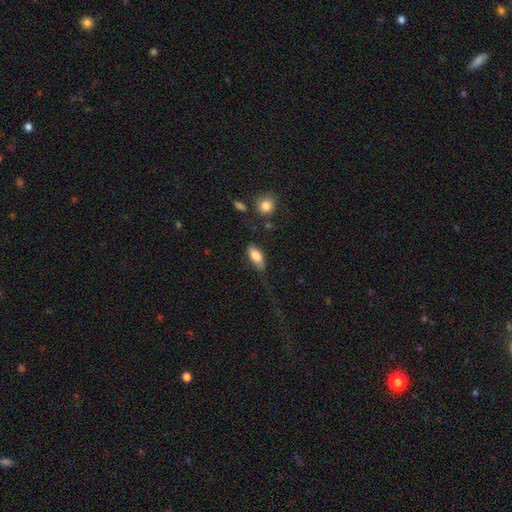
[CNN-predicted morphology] A smooth galaxy with no disk features (80%) that is in between round and cigar-shaped (88%).

Vote fractions:
- Smooth or featured? smooth: 80% / featured or disk: 13% / star or artifact: 7%
- How rounded? in between: 88% / cigar-shaped: 8% / round: 3%
- Merging? none: 49% / minor disturbance: 28% / major disturbance: 19% / merger: 4%